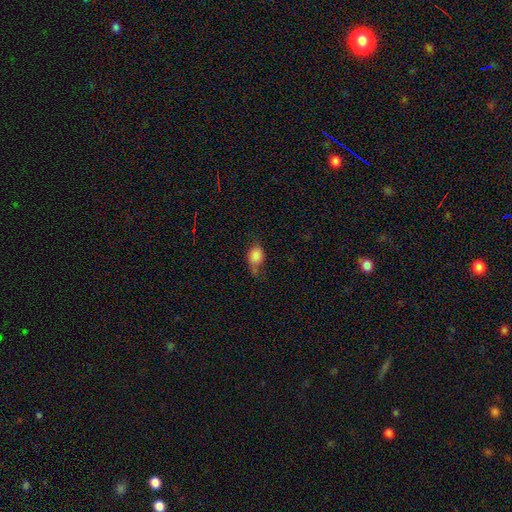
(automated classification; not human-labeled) Smooth or featured?
  - smooth: 82% *
  - star or artifact: 9%
  - featured or disk: 8%
How rounded?
  - in between: 75% *
  - round: 23%
  - cigar-shaped: 2%
Merging?
  - none: 46% *
  - minor disturbance: 35%
  - major disturbance: 14%
  - merger: 5%